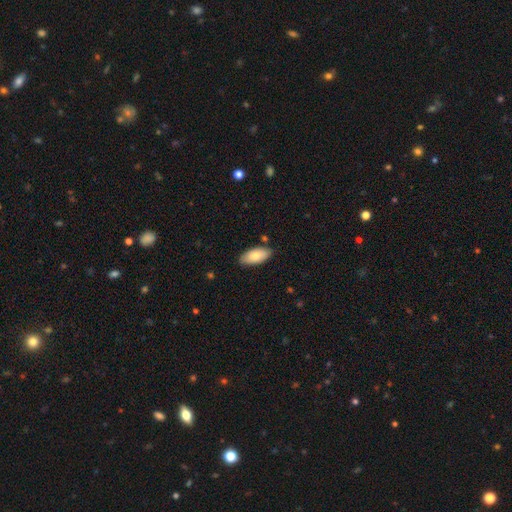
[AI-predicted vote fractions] This is clearly a smooth galaxy (80%). How rounded: clearly in between (92%). Merging: clearly none (83%).